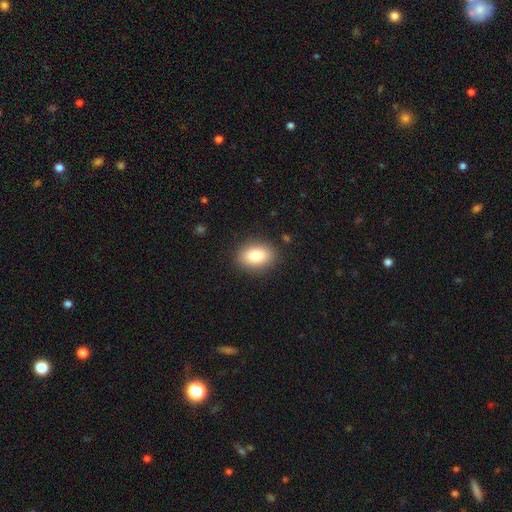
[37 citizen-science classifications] A smooth galaxy with no disk features (92%) that is in between round and cigar-shaped (53%). Merging: none (94%).